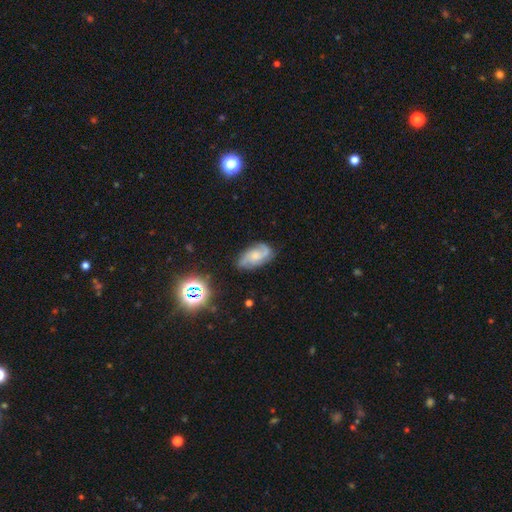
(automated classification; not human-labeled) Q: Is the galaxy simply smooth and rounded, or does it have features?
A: featured or disk — 73%.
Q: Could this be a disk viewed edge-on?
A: no — 96%.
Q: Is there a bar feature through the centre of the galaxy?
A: no — 66%.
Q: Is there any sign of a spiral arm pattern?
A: yes — 94%.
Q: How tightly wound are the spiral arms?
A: medium — 47%.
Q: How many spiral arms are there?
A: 2 — 51%.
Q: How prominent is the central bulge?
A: small — 43%.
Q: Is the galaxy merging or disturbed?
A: none — 70%.